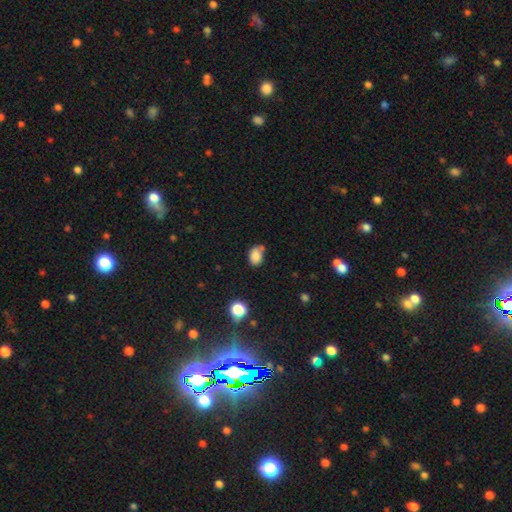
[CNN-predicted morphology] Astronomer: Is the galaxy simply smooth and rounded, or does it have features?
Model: smooth — 83%.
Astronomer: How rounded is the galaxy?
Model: in between — 71%.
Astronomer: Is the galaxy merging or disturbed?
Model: none — 55%.